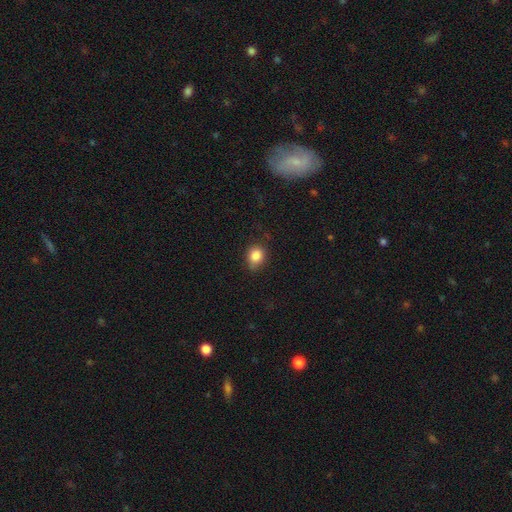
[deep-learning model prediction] This appears to be a smooth galaxy with no disk features (85%) that is round (55%). Merging: none (75%).